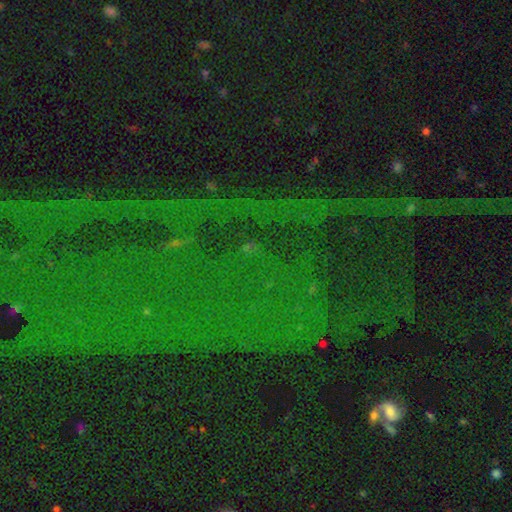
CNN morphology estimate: Smooth or featured?
  - star or artifact: 82% *
  - featured or disk: 10%
  - smooth: 8%